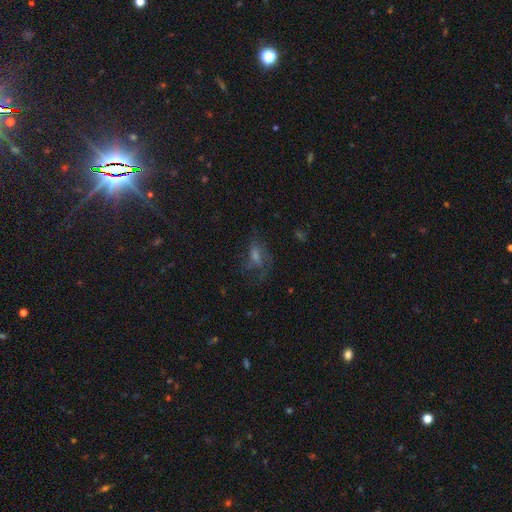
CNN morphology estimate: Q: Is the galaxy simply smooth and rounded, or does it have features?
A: featured or disk — 40%.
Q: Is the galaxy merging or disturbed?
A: none — 56%.